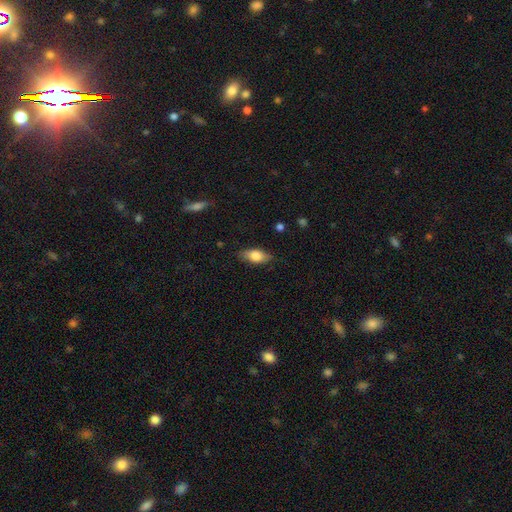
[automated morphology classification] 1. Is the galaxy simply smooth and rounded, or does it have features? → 75% smooth, 19% featured or disk, 7% star or artifact.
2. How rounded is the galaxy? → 84% in between, 12% cigar-shaped, 4% round.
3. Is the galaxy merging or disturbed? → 82% none, 14% minor disturbance, 3% major disturbance, 1% merger.